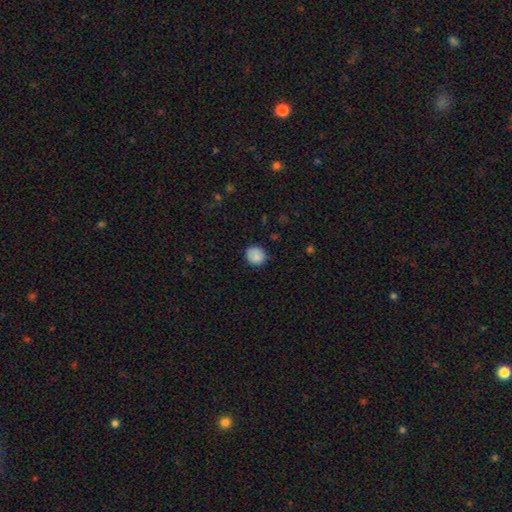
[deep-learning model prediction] Smooth or featured: smooth — 83% (featured or disk — 9%)
How rounded: round — 82% (in between — 17%)
Merging: none — 77% (minor disturbance — 18%)